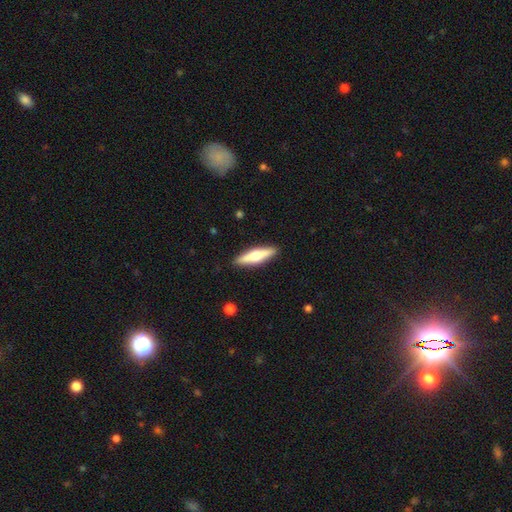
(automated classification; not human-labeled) Smooth or featured? Predicted: smooth (p=0.50). Merging? Predicted: none (p=0.90).